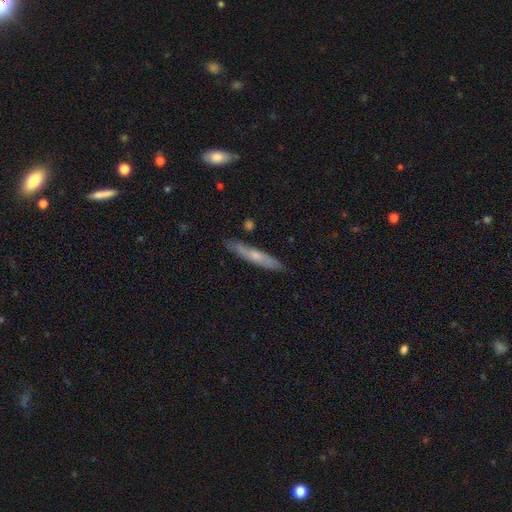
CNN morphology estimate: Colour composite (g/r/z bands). It shows a featured or disk galaxy (48%). Merging: none (84%).